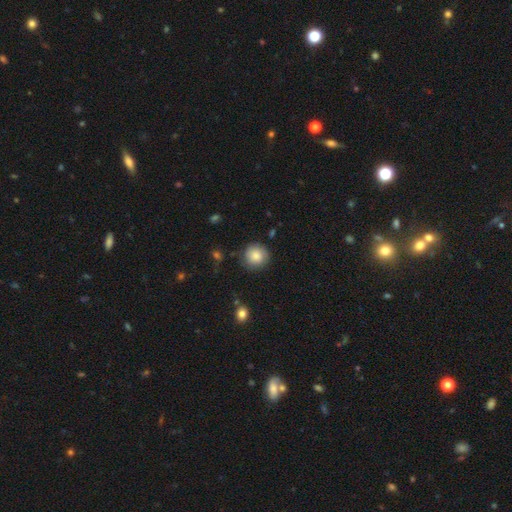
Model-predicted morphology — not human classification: Smooth or featured?
  - smooth: 82% *
  - featured or disk: 10%
  - star or artifact: 8%
How rounded?
  - round: 93% *
  - in between: 6%
  - cigar-shaped: 1%
Merging?
  - none: 83% *
  - minor disturbance: 12%
  - major disturbance: 3%
  - merger: 1%